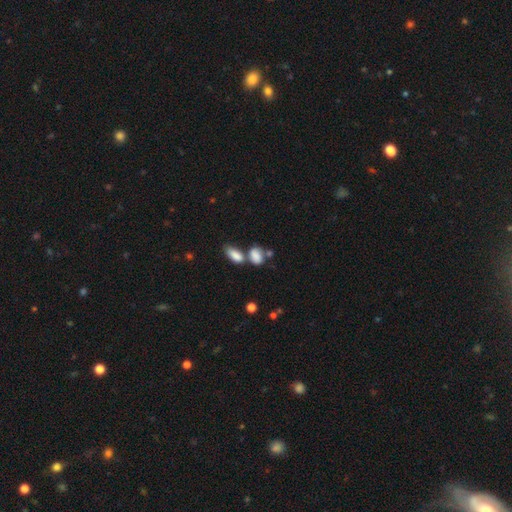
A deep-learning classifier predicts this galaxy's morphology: Smooth or featured? smooth (84%)
How rounded? in between (86%)
Merging? merger (46%)